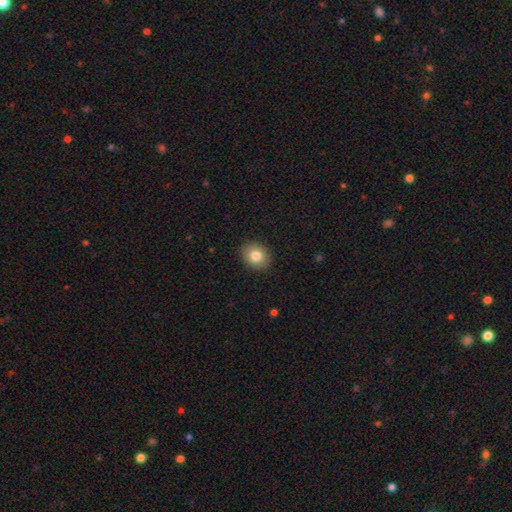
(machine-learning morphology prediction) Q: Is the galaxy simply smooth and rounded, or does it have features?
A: smooth — 81%.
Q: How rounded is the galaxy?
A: round — 58%.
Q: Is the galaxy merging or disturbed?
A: none — 90%.